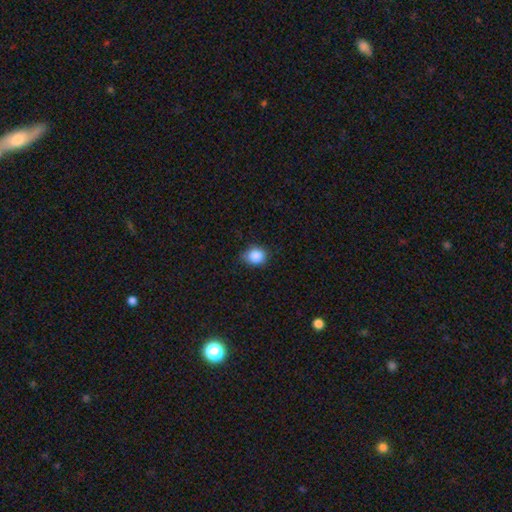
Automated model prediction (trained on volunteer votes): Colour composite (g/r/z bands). It shows a smooth galaxy with no disk features (86%) that is round (63%). Merging: none (74%).